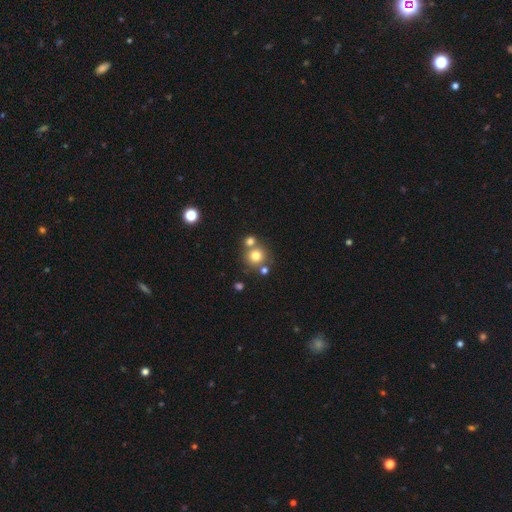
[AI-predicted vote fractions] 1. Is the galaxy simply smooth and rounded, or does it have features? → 76% smooth, 13% star or artifact, 10% featured or disk.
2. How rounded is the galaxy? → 91% round, 8% in between, 1% cigar-shaped.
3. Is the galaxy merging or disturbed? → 61% none, 28% merger, 8% minor disturbance, 3% major disturbance.